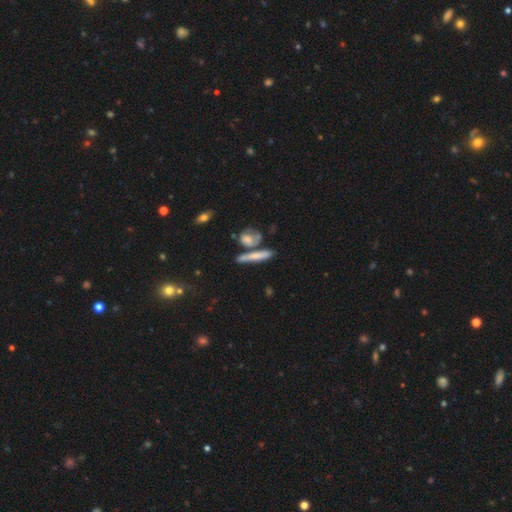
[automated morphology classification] Smooth or featured? Predicted: smooth (p=0.61). How rounded? Predicted: cigar-shaped (p=0.75). Merging? Predicted: none (p=0.56).